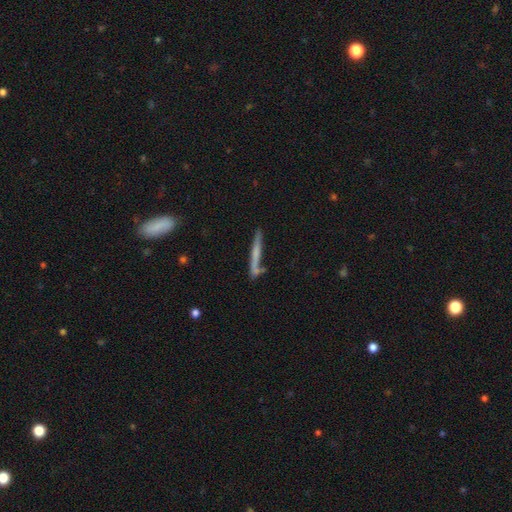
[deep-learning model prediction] smooth_or_featured: smooth (p=0.48) [alt: featured or disk p=0.45]
merging: none (p=0.69) [alt: minor disturbance p=0.17]